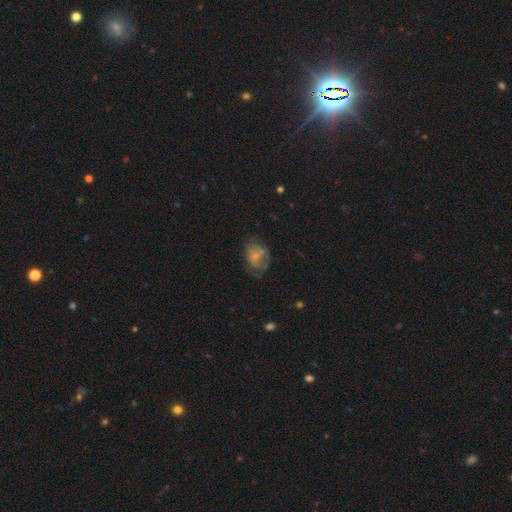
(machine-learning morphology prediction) This appears to be a smooth galaxy with no disk features (51%) that is in between round and cigar-shaped (66%). Merging: none (43%).